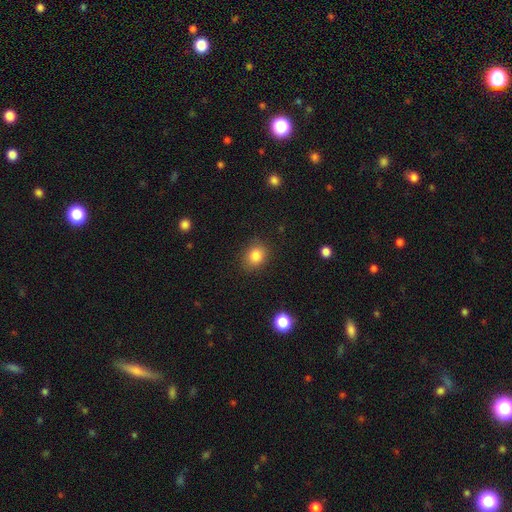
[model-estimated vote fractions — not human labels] Q: Smooth or featured?
A: smooth (84%); runner-up: star or artifact (10%)
Q: How rounded?
A: round (58%); runner-up: in between (41%)
Q: Merging?
A: none (85%); runner-up: minor disturbance (11%)